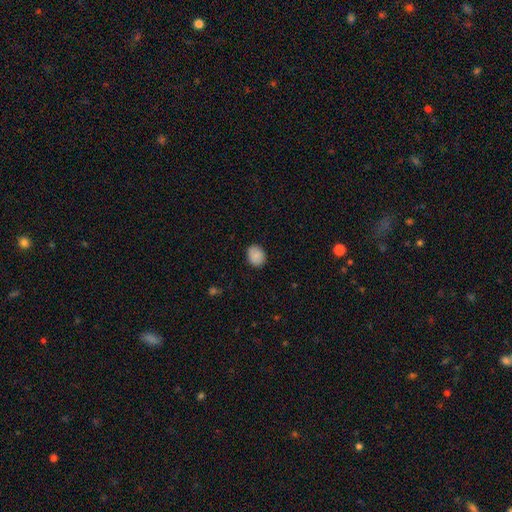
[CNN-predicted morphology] This is clearly a smooth galaxy (88%). How rounded: possibly round (50%). Merging: clearly none (87%).